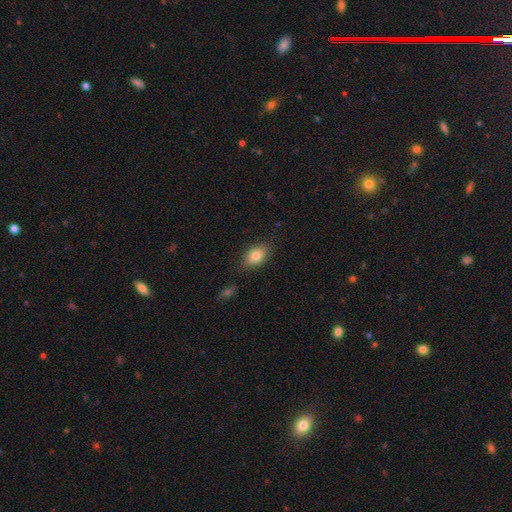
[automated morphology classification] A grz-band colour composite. It shows a smooth galaxy with no disk features (80%) that is in between round and cigar-shaped (84%). Merging: none (81%).